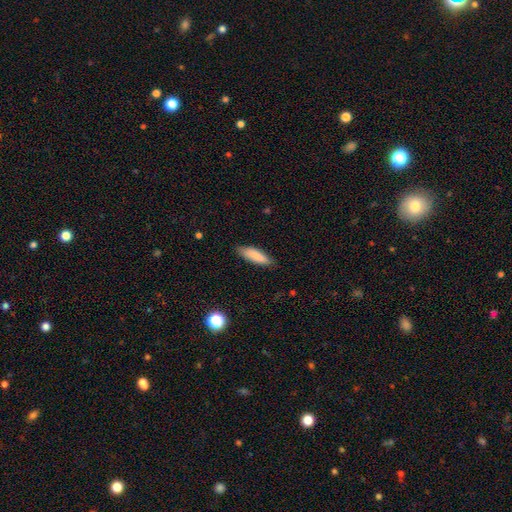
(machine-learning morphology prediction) Overall: smooth (84%). How rounded: cigar-shaped (51%; in between 48%). Merging: none (84%).